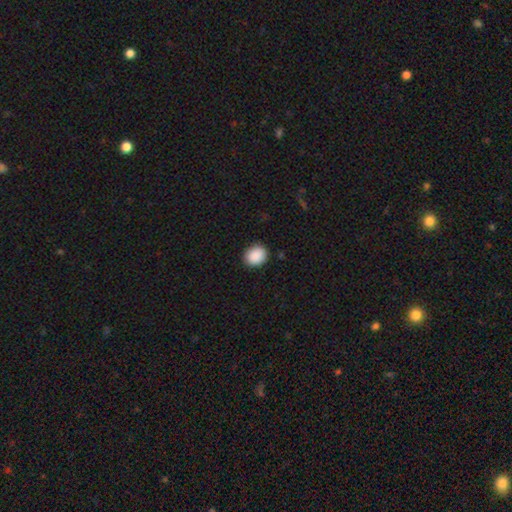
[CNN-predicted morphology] This is clearly a smooth galaxy (90%). How rounded: likely round (60%). Merging: clearly none (88%).